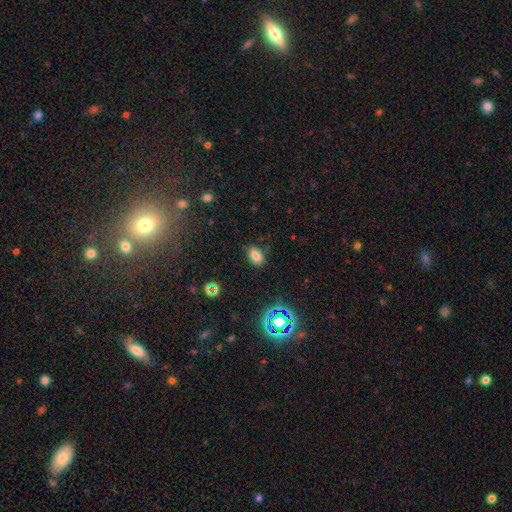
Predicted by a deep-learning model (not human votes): Morphology: type=smooth (75%); roundness=in between (86%); merging=none (80%).